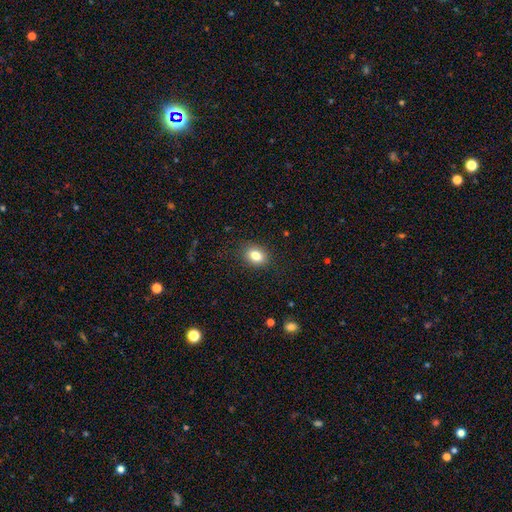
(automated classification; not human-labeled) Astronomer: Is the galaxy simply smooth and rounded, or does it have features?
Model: smooth — 83%.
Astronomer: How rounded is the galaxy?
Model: in between — 67%.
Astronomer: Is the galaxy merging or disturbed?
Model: none — 87%.